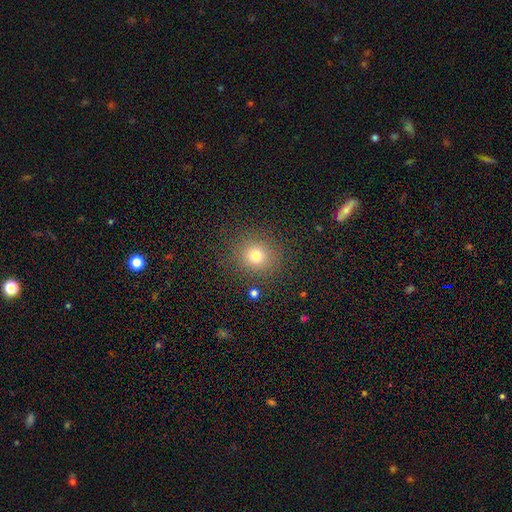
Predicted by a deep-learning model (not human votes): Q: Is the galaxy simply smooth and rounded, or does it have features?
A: smooth — 75%.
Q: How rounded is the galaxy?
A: round — 87%.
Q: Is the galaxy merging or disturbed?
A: none — 85%.